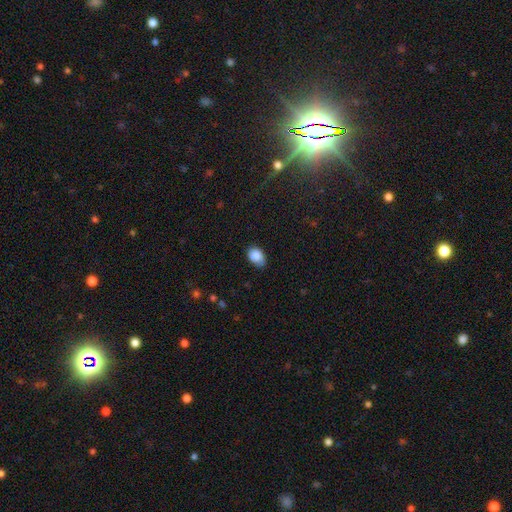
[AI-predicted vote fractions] smooth 86%, star or artifact 8%, featured or disk 6%. Down the decision tree: how rounded — in between (80%); merging — none (69%).